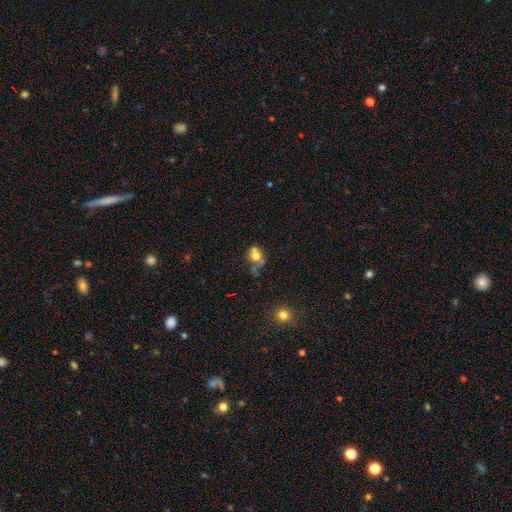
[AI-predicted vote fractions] Morphology: type=smooth (61%); roundness=round (53%); merging=merger (43%).